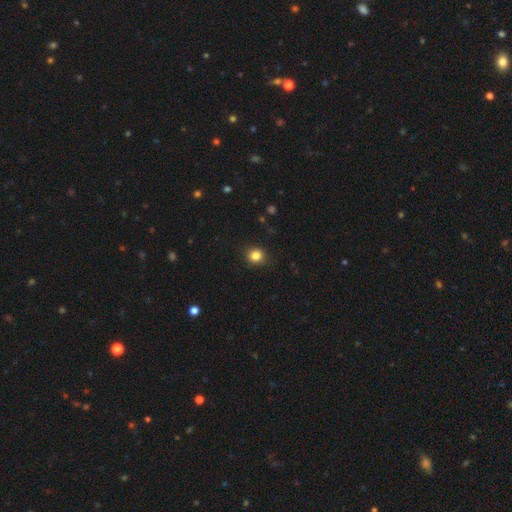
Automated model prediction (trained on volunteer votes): smooth_or_featured: smooth (p=0.83) [alt: star or artifact p=0.12]
how_rounded: round (p=0.86) [alt: in between p=0.13]
merging: none (p=0.90) [alt: minor disturbance p=0.07]